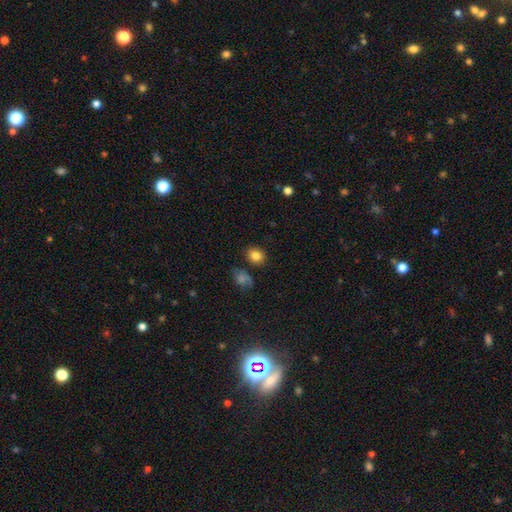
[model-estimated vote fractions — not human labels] Smooth or featured: smooth — 82% (star or artifact — 10%)
How rounded: round — 58% (in between — 41%)
Merging: none — 81% (minor disturbance — 12%)